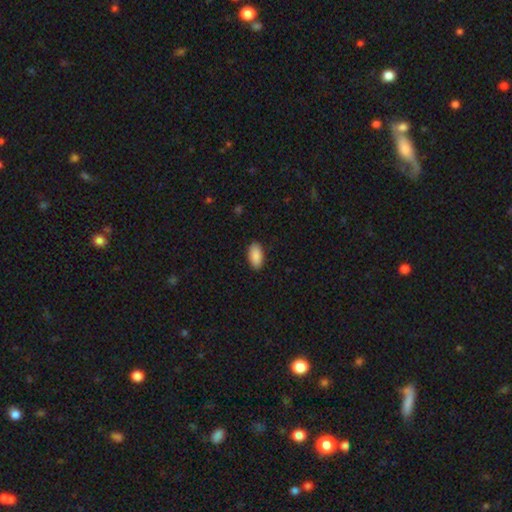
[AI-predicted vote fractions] A smooth galaxy with no disk features (90%) that is in between round and cigar-shaped (93%).

Vote fractions:
- Smooth or featured? smooth: 90% / star or artifact: 6% / featured or disk: 4%
- How rounded? in between: 93% / cigar-shaped: 5% / round: 2%
- Merging? none: 89% / minor disturbance: 8% / major disturbance: 2% / merger: 1%